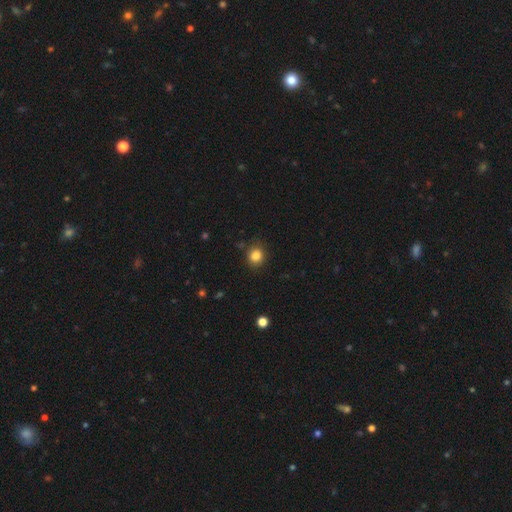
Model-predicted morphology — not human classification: This is clearly a smooth galaxy (84%). How rounded: clearly round (82%). Merging: clearly none (85%).